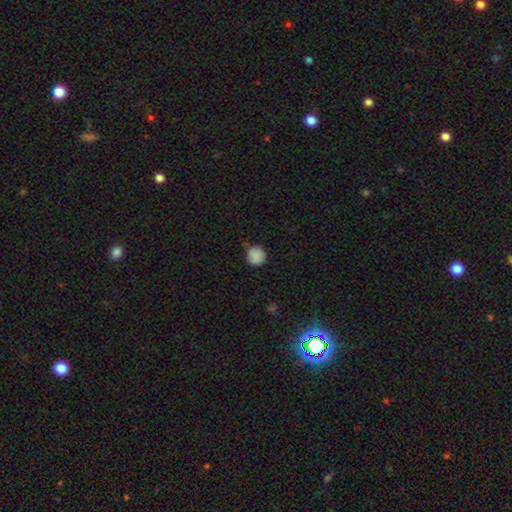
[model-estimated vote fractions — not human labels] This appears to be a smooth galaxy with no disk features (87%) that is round (91%). Merging: none (76%).